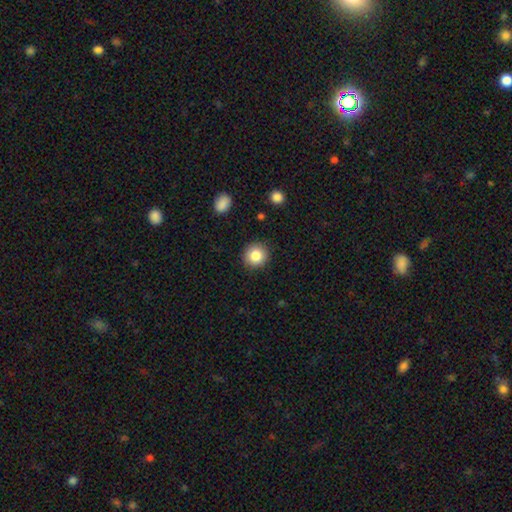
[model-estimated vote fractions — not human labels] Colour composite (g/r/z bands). It shows a smooth galaxy with no disk features (84%) that is round (92%). Merging: none (90%).